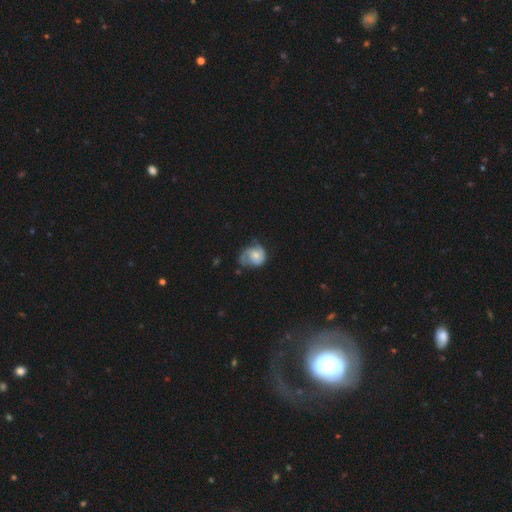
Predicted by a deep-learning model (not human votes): Overall: featured or disk (53%; smooth 39%). Edge-on disk: no (98%). Bar: no (78%). Spiral arms: yes (80%). Bulge size: moderate (47%; small 42%). Merging: none (40%; minor disturbance 34%).